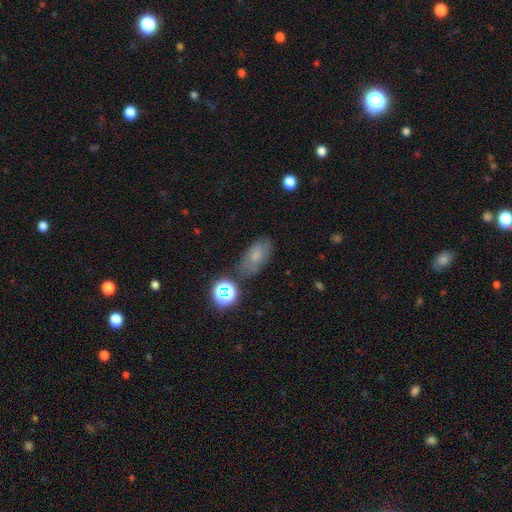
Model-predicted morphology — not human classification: Overall: smooth (62%). How rounded: in between (87%). Merging: none (67%).